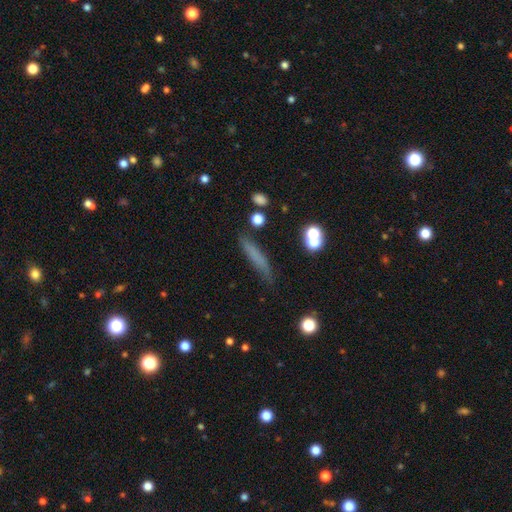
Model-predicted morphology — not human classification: smooth_or_featured: smooth (p=0.66) [alt: featured or disk p=0.22]
how_rounded: cigar-shaped (p=0.88) [alt: in between p=0.09]
merging: none (p=0.77) [alt: minor disturbance p=0.16]